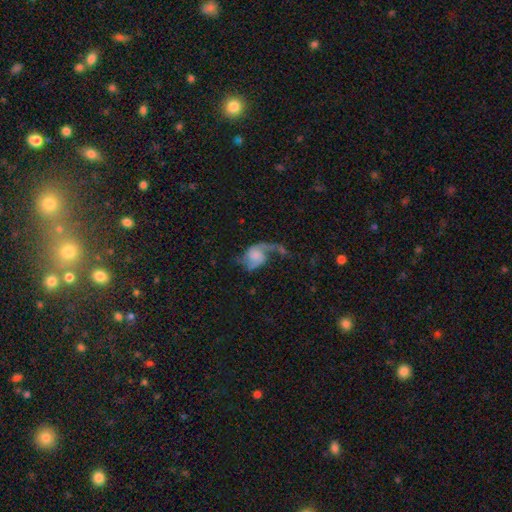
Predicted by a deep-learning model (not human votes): Smooth or featured? featured or disk (78%)
Edge-on disk? no (98%)
Bar? no (64%)
Spiral arms? yes (92%)
Spiral winding? loose (64%)
Spiral arm count? 2 (77%)
Bulge size? small (33%)
Merging? major disturbance (40%)